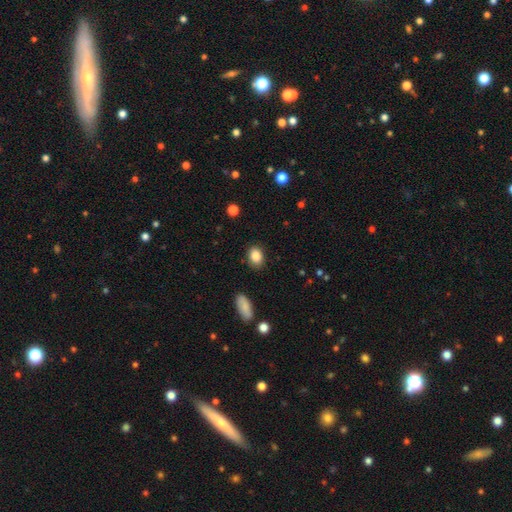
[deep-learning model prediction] The model was most divided on "how rounded": in between: 71%, round: 28%, cigar-shaped: 1%. More confident: merging — none (86%); smooth or featured — smooth (86%).